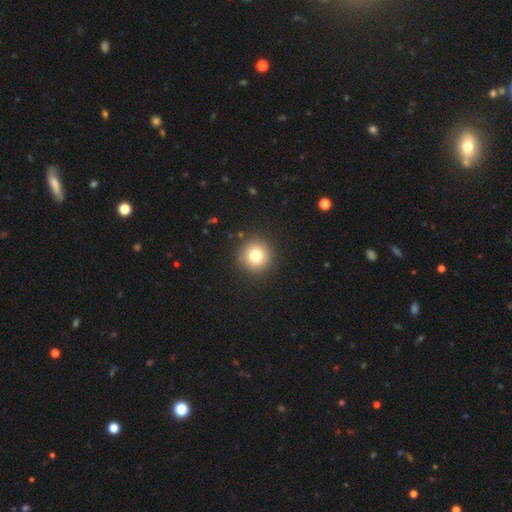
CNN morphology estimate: Smooth or featured? smooth (78%)
How rounded? round (95%)
Merging? none (91%)